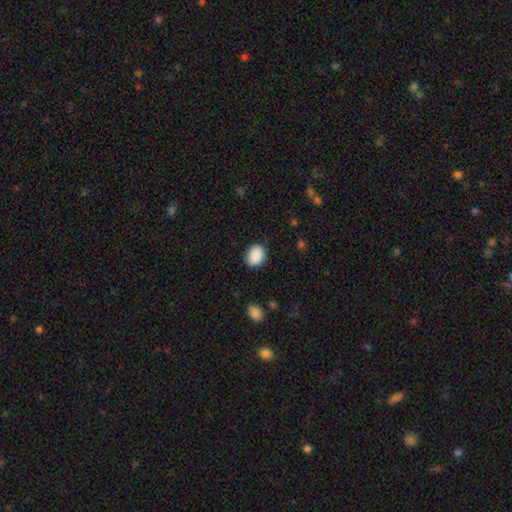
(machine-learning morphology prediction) smooth_or_featured: smooth (p=0.90) [alt: star or artifact p=0.07]
how_rounded: in between (p=0.58) [alt: round p=0.41]
merging: none (p=0.83) [alt: minor disturbance p=0.13]